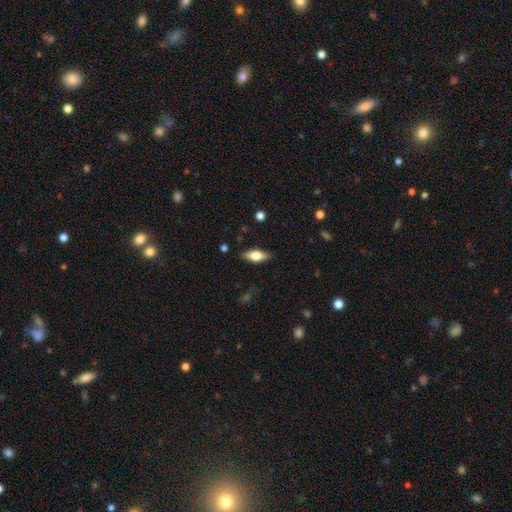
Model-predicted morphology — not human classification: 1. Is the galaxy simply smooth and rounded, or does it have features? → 56% smooth, 37% featured or disk, 7% star or artifact.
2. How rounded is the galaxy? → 70% in between, 27% cigar-shaped, 3% round.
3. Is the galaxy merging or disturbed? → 86% none, 11% minor disturbance, 2% major disturbance, 1% merger.